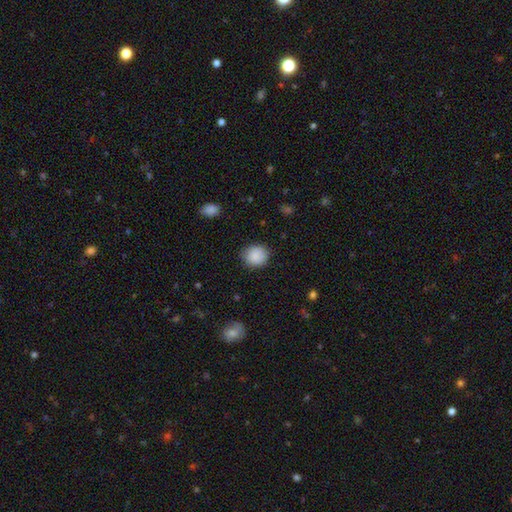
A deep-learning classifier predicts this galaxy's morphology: A smooth galaxy with no disk features (87%) that is round (82%). Merging: none (84%).